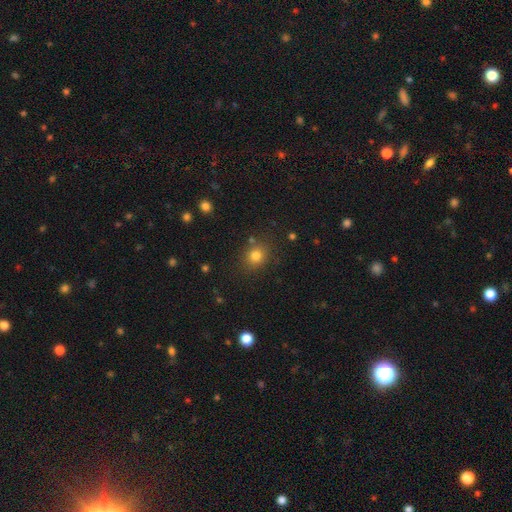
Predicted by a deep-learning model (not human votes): A smooth galaxy with no disk features (79%) that is round (69%).

Vote fractions:
- Smooth or featured? smooth: 79% / star or artifact: 14% / featured or disk: 7%
- How rounded? round: 69% / in between: 30% / cigar-shaped: 1%
- Merging? none: 81% / minor disturbance: 11% / merger: 4% / major disturbance: 4%